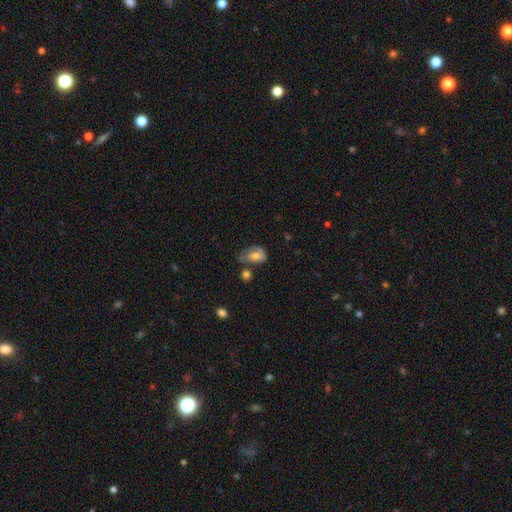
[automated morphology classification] A smooth galaxy with no disk features (64%) that is in between round and cigar-shaped (76%). Merging: none (37%).